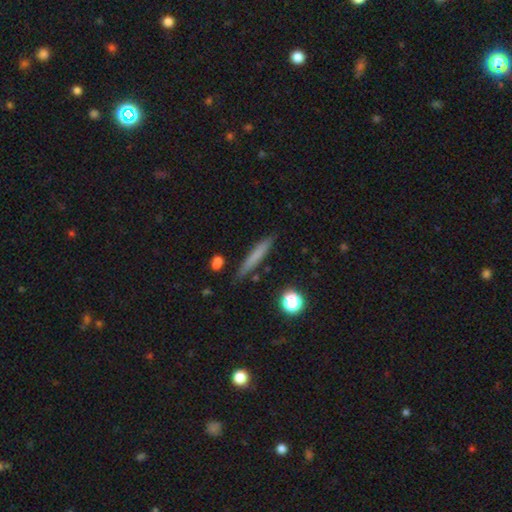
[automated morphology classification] Smooth or featured? smooth (68%)
How rounded? cigar-shaped (94%)
Merging? none (85%)